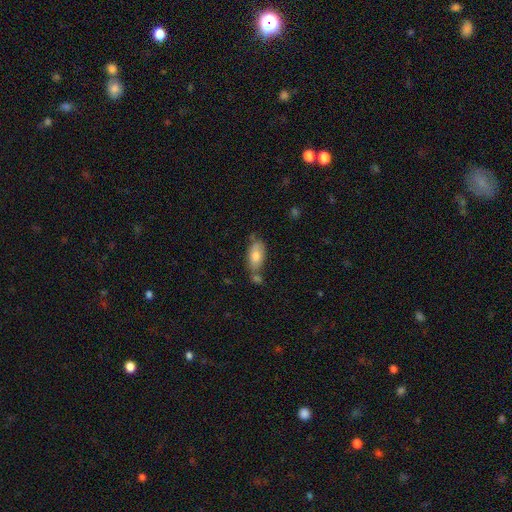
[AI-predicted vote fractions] smooth_or_featured: smooth (p=0.77) [alt: featured or disk p=0.16]
how_rounded: in between (p=0.91) [alt: cigar-shaped p=0.05]
merging: none (p=0.57) [alt: merger p=0.20]